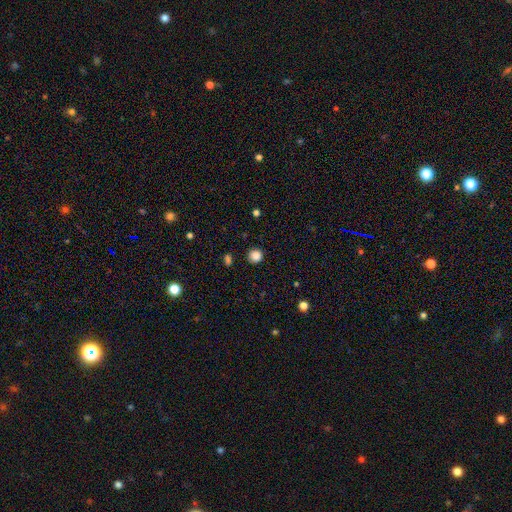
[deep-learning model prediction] Smooth or featured: smooth — 85% (star or artifact — 12%)
How rounded: round — 92% (in between — 7%)
Merging: none — 89% (minor disturbance — 7%)